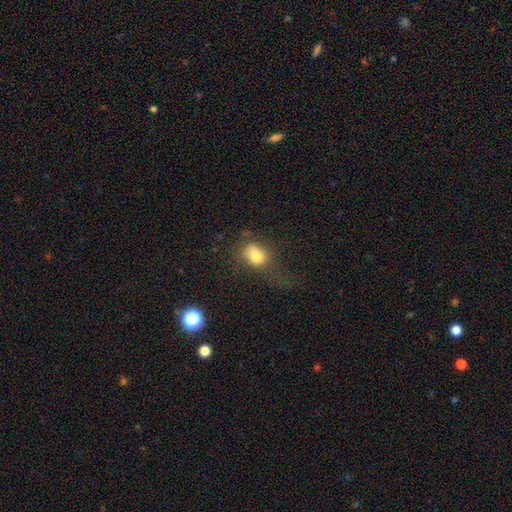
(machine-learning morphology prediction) A smooth galaxy with no disk features (77%) that is in between round and cigar-shaped (65%). Merging: none (40%).